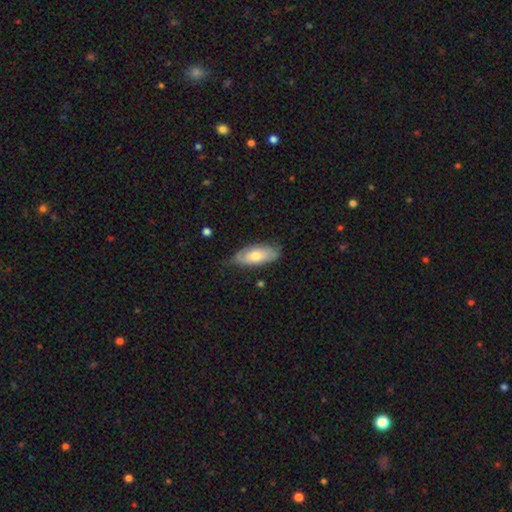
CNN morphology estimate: Overall: smooth (61%; featured or disk 34%). How rounded: in between (82%). Merging: none (69%).